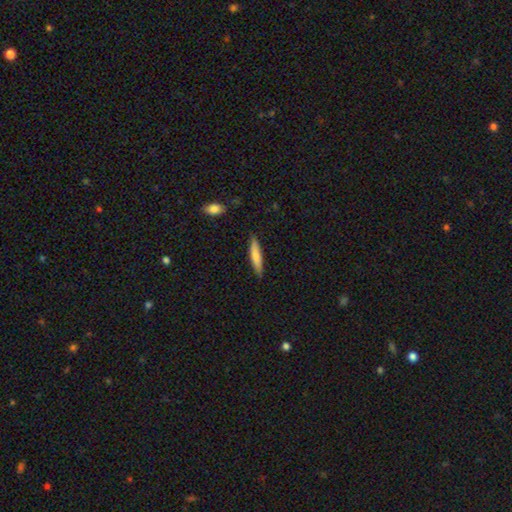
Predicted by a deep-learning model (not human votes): Morphology: type=smooth (75%); roundness=cigar-shaped (87%); merging=none (86%).